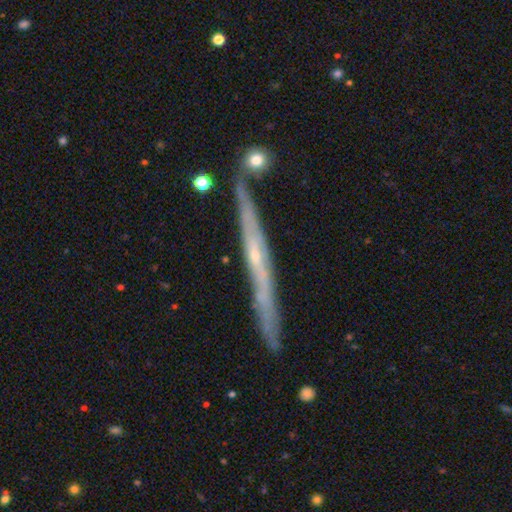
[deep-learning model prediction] Smooth or featured?
  - featured or disk: 74% *
  - smooth: 18%
  - star or artifact: 7%
Edge-on disk?
  - yes: 96% *
  - no: 4%
Edge-on bulge?
  - none: 60% *
  - rounded: 35%
  - boxy: 5%
Merging?
  - none: 84% *
  - minor disturbance: 10%
  - merger: 4%
  - major disturbance: 2%